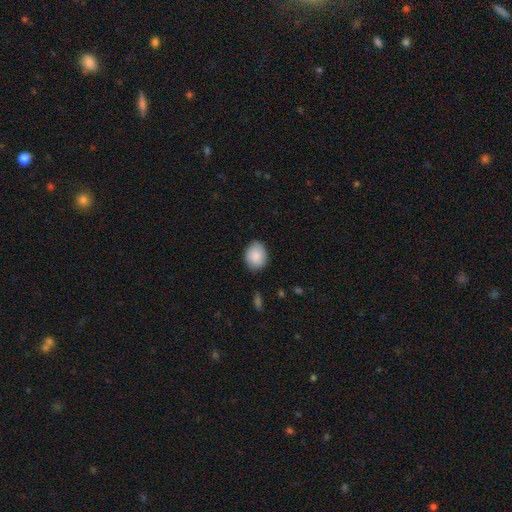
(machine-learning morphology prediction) smooth 88%, star or artifact 6%, featured or disk 6%. Down the decision tree: how rounded — in between (60%); merging — none (80%).